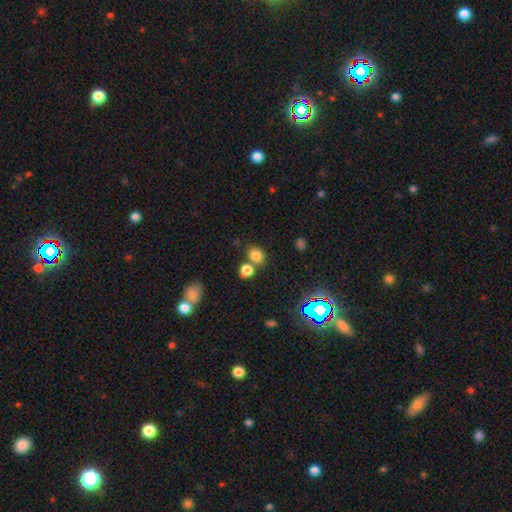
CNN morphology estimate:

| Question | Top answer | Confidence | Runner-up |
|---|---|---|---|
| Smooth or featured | smooth | 78% | star or artifact (16%) |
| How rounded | round | 50% | in between (49%) |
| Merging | none | 57% | merger (29%) |